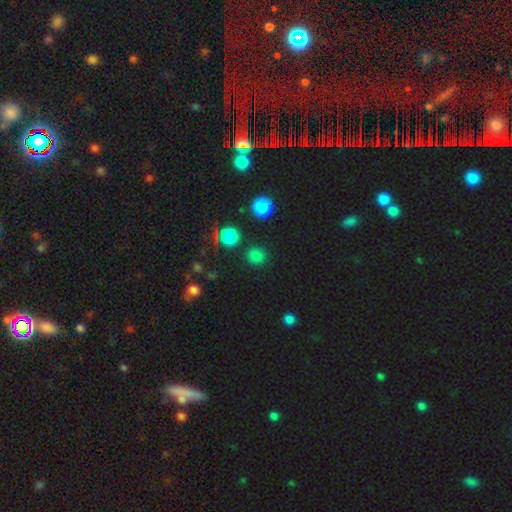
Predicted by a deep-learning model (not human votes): Overall: smooth (73%). How rounded: round (87%). Merging: none (86%).